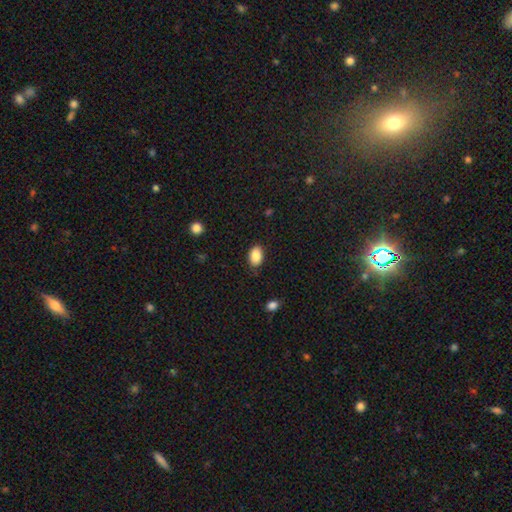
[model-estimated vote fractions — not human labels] Smooth or featured? Predicted: smooth (p=0.87). How rounded? Predicted: in between (p=0.88). Merging? Predicted: none (p=0.83).